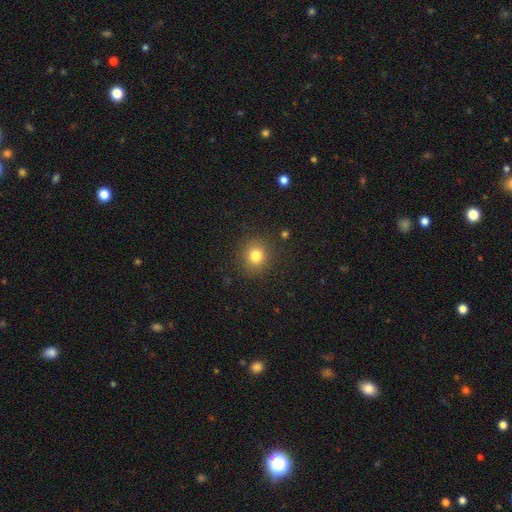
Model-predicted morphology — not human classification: type=smooth (81%); roundness=round (86%); merging=none (89%).